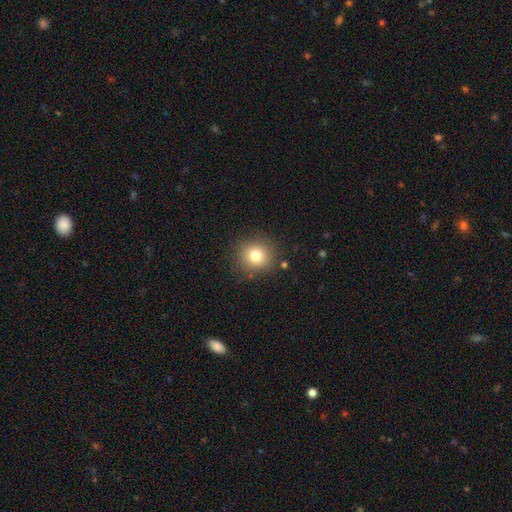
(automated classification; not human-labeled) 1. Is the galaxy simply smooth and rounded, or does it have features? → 78% smooth, 13% star or artifact, 9% featured or disk.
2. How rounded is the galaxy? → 90% round, 9% in between, 1% cigar-shaped.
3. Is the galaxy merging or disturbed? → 87% none, 8% minor disturbance, 3% major disturbance, 2% merger.